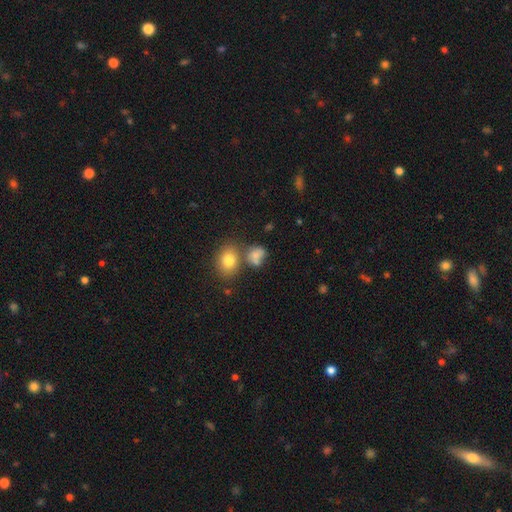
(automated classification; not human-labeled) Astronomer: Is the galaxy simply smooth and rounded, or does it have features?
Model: smooth — 74%.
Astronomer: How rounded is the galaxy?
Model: round — 49%, tied with in between at 49%.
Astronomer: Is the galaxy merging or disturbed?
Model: none — 47% (runner-up: merger, 29%).